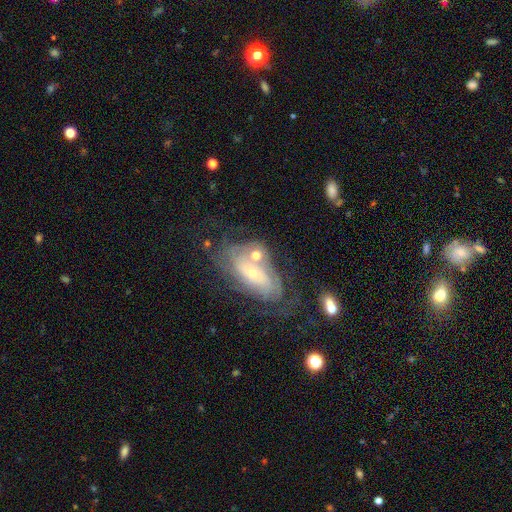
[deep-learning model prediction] Q: Smooth or featured?
A: featured or disk (71%); runner-up: smooth (21%)
Q: Edge-on disk?
A: no (93%); runner-up: yes (7%)
Q: Bar?
A: no (75%); runner-up: weak (19%)
Q: Spiral arms?
A: yes (80%); runner-up: no (20%)
Q: Spiral winding?
A: tight (60%); runner-up: medium (29%)
Q: Spiral arm count?
A: can't tell (49%); runner-up: 2 (26%)
Q: Bulge size?
A: small (67%); runner-up: moderate (27%)
Q: Merging?
A: none (40%); runner-up: merger (28%)